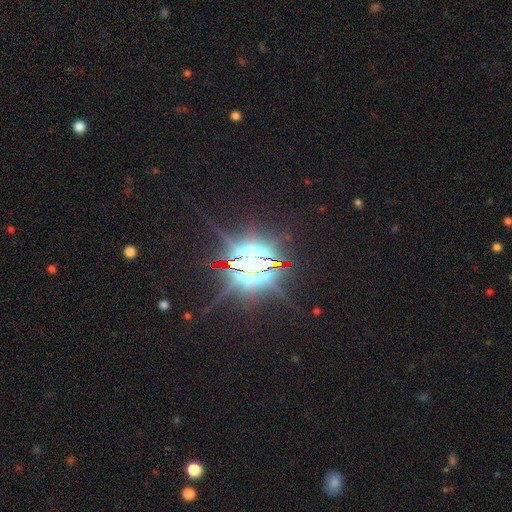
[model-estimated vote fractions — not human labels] The model was most divided on "smooth or featured": star or artifact: 83%, featured or disk: 11%, smooth: 6%.